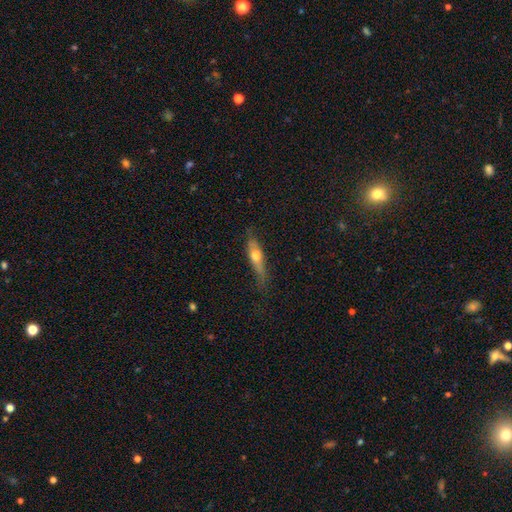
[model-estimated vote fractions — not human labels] smooth_or_featured: smooth (p=0.57) [alt: featured or disk p=0.36]
how_rounded: cigar-shaped (p=0.62) [alt: in between p=0.35]
merging: none (p=0.56) [alt: minor disturbance p=0.31]